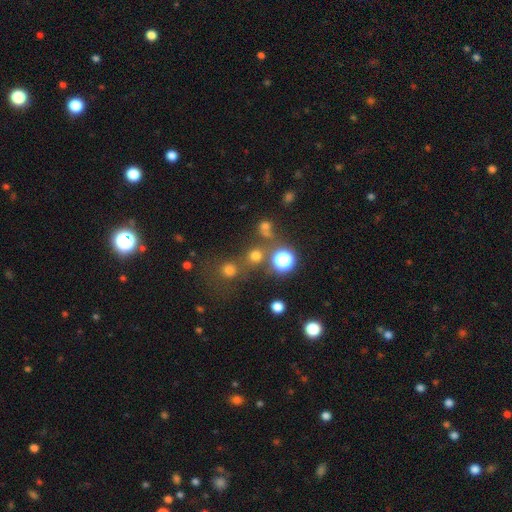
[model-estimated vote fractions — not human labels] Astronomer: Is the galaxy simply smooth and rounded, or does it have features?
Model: smooth — 65%.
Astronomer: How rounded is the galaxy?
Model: round — 88%.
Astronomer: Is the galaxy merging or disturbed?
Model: none — 67%.